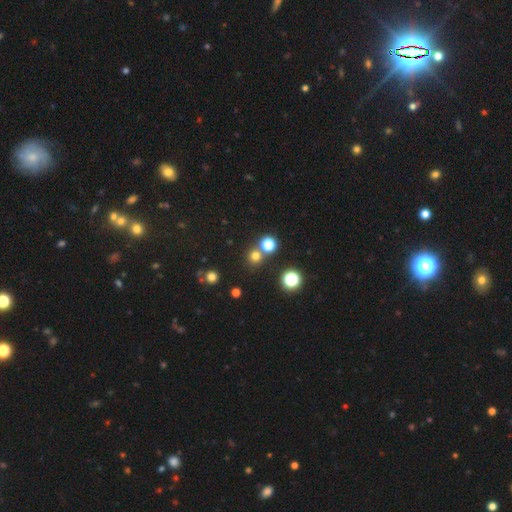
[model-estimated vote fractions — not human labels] A smooth galaxy with no disk features (69%) that is round (90%). Merging: none (70%).